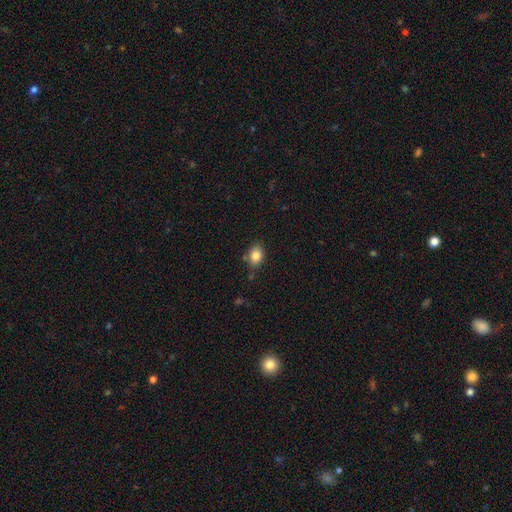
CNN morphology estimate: smooth-or-featured: smooth: 83% | star or artifact: 9% | featured or disk: 7%
  how-rounded: in between: 71% | round: 28% | cigar-shaped: 1%
  merging: none: 77% | minor disturbance: 16% | merger: 4% | major disturbance: 3%